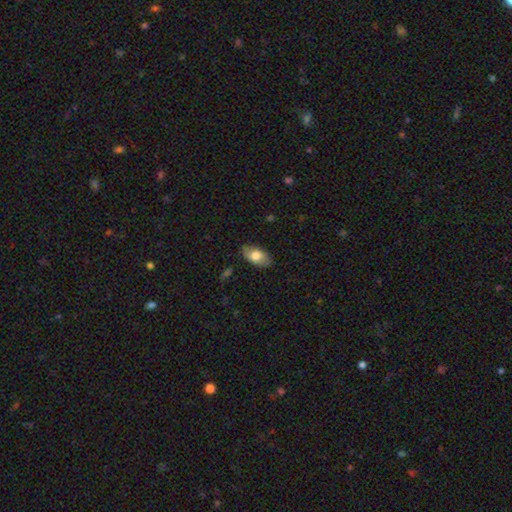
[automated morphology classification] A smooth galaxy with no disk features (76%) that is in between round and cigar-shaped (93%).

Vote fractions:
- Smooth or featured? smooth: 76% / featured or disk: 18% / star or artifact: 6%
- How rounded? in between: 93% / round: 4% / cigar-shaped: 2%
- Merging? none: 83% / minor disturbance: 14% / major disturbance: 3% / merger: 1%